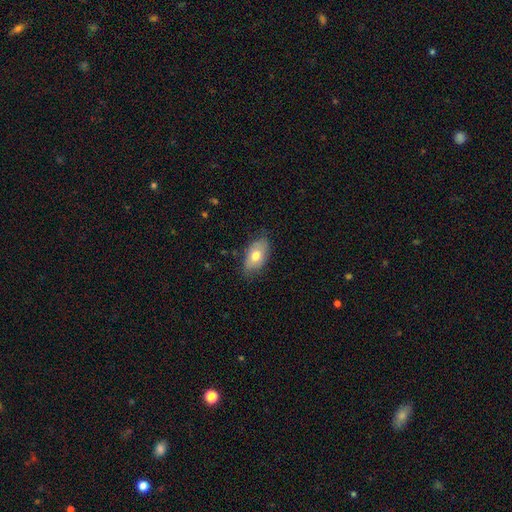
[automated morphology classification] smooth-or-featured: smooth: 70% | featured or disk: 23% | star or artifact: 7%
  how-rounded: in between: 91% | round: 7% | cigar-shaped: 2%
  merging: none: 73% | minor disturbance: 22% | major disturbance: 4% | merger: 1%